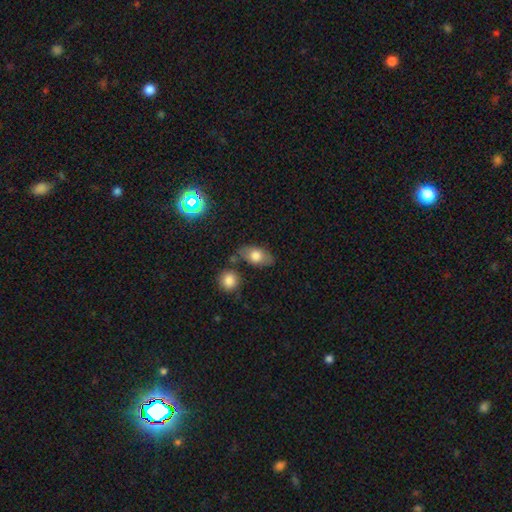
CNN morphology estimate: Smooth or featured?
  - smooth: 70% *
  - featured or disk: 22%
  - star or artifact: 8%
How rounded?
  - in between: 87% *
  - round: 9%
  - cigar-shaped: 4%
Merging?
  - none: 68% *
  - minor disturbance: 18%
  - merger: 10%
  - major disturbance: 5%